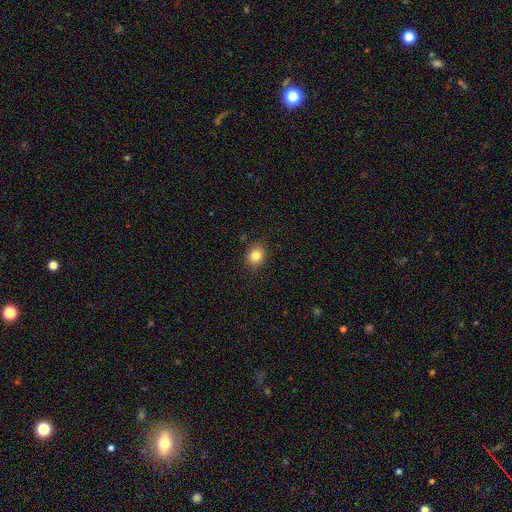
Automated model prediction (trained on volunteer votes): smooth 83%, star or artifact 11%, featured or disk 7%. Down the decision tree: how rounded — round (60%); merging — none (87%).